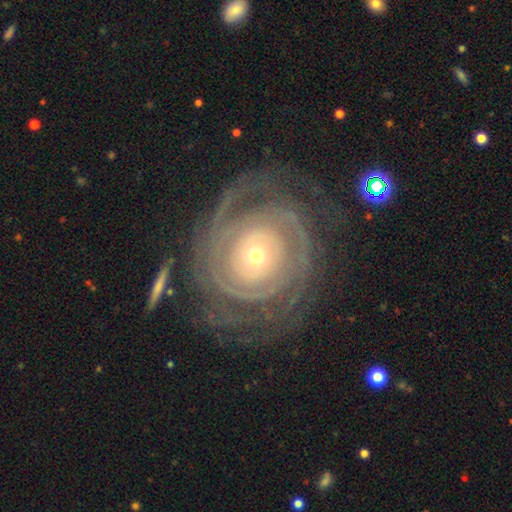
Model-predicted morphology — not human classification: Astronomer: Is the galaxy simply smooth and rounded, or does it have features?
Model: featured or disk — 90%.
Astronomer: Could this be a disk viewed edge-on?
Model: no — 97%.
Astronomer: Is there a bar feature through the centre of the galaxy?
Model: no — 74%.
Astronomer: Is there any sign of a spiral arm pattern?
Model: yes — 97%.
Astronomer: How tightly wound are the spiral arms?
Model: tight — 84%.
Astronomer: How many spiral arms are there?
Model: can't tell — 26%, tied with 2 at 26%.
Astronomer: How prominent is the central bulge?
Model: small — 60% (runner-up: moderate, 35%).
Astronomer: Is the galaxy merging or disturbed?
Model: none — 74%.